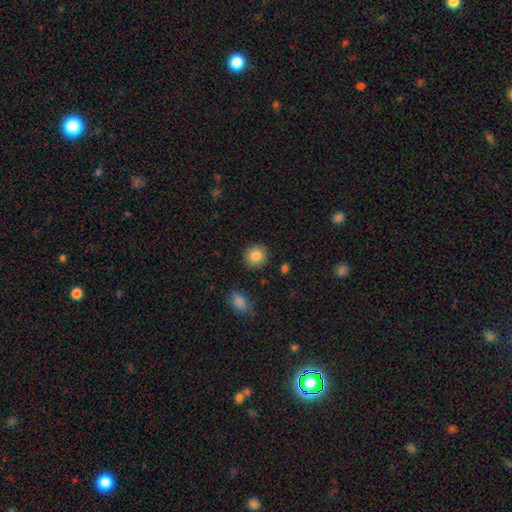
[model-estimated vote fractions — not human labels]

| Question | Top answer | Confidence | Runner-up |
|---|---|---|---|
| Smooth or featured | smooth | 85% | star or artifact (8%) |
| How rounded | round | 87% | in between (12%) |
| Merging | none | 89% | minor disturbance (7%) |